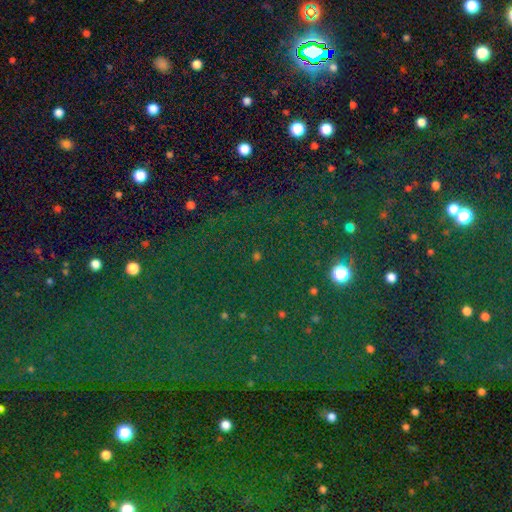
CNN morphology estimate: star or artifact 79%, smooth 14%, featured or disk 8%.